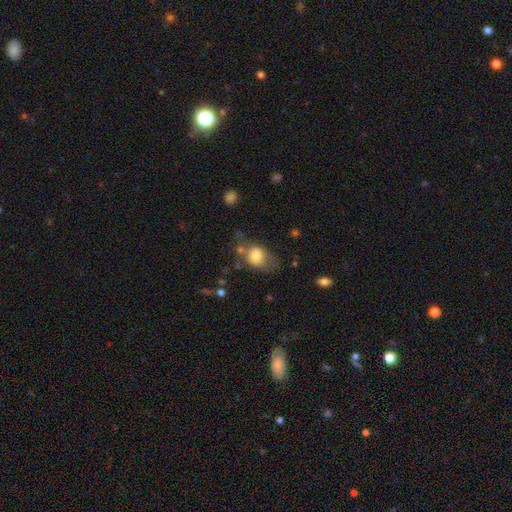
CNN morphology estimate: Q: Smooth or featured?
A: smooth (72%); runner-up: featured or disk (19%)
Q: How rounded?
A: in between (62%); runner-up: round (36%)
Q: Merging?
A: none (40%); runner-up: minor disturbance (28%)